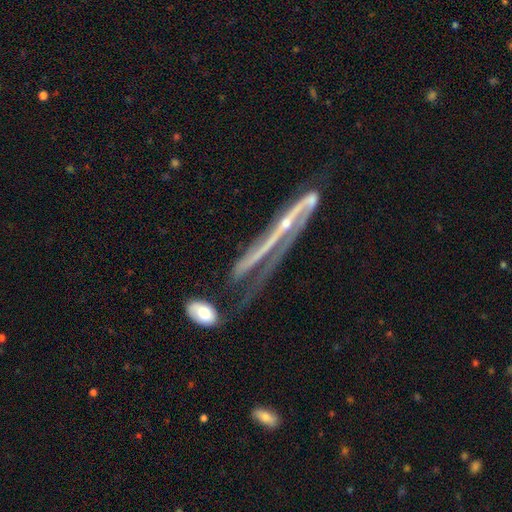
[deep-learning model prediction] smooth-or-featured: featured or disk: 83% | smooth: 9% | star or artifact: 8%
  disk-edge-on: no: 57% | yes: 43%
  merging: major disturbance: 40% | none: 25% | minor disturbance: 18% | merger: 16%